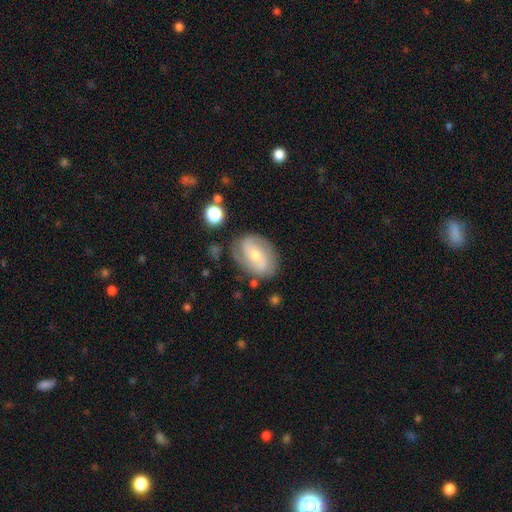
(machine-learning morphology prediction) smooth_or_featured: featured or disk (p=0.64) [alt: smooth p=0.29]
disk_edge_on: no (p=0.95) [alt: yes p=0.05]
bar: no (p=0.47) [alt: weak p=0.35]
has_spiral_arms: yes (p=0.82) [alt: no p=0.18]
bulge_size: moderate (p=0.48) [alt: small p=0.47]
merging: none (p=0.70) [alt: minor disturbance p=0.19]